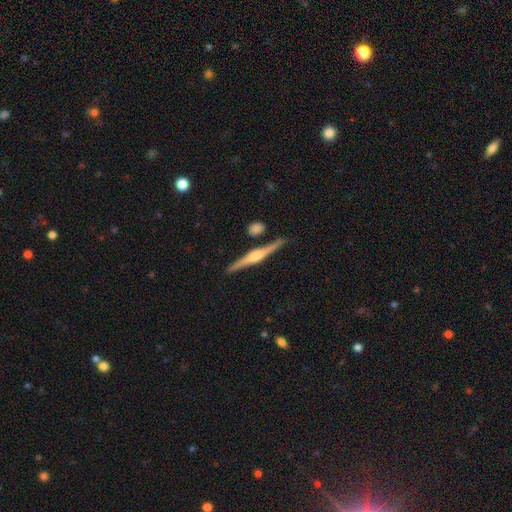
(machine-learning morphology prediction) Smooth or featured? featured or disk (81%)
Edge-on disk? yes (98%)
Edge-on bulge? rounded (82%)
Merging? none (86%)